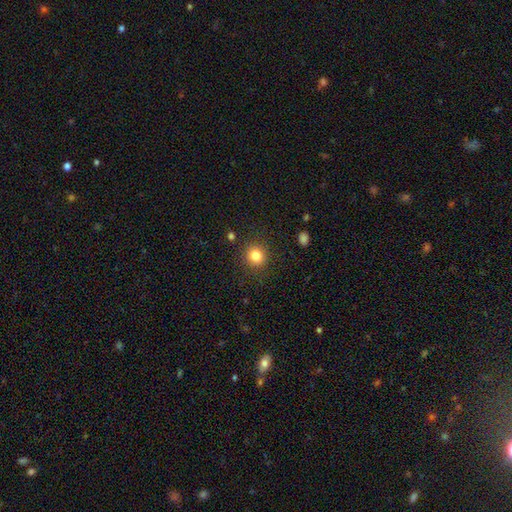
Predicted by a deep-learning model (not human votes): Smooth or featured? smooth (83%)
How rounded? round (88%)
Merging? none (89%)